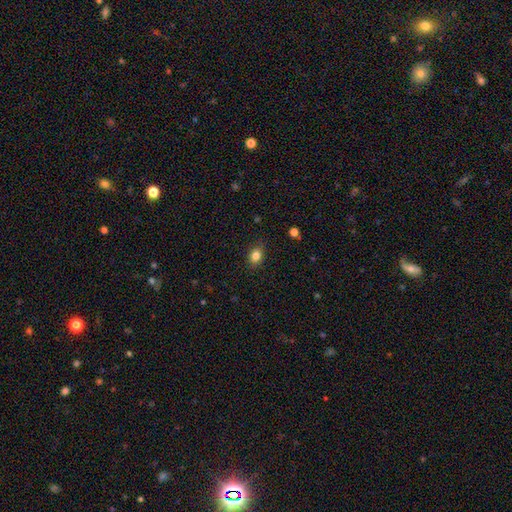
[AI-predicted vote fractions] Smooth or featured?
  - smooth: 84% *
  - star or artifact: 10%
  - featured or disk: 5%
How rounded?
  - in between: 65% *
  - round: 34%
  - cigar-shaped: 1%
Merging?
  - none: 83% *
  - minor disturbance: 13%
  - major disturbance: 3%
  - merger: 1%